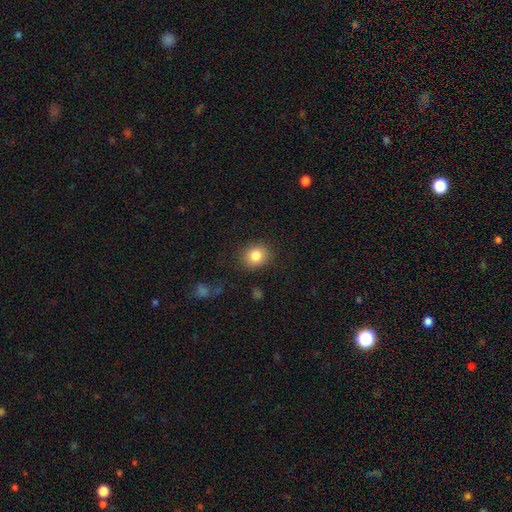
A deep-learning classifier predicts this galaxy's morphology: Smooth or featured: smooth — 83% (star or artifact — 10%)
How rounded: round — 69% (in between — 31%)
Merging: none — 87% (minor disturbance — 9%)